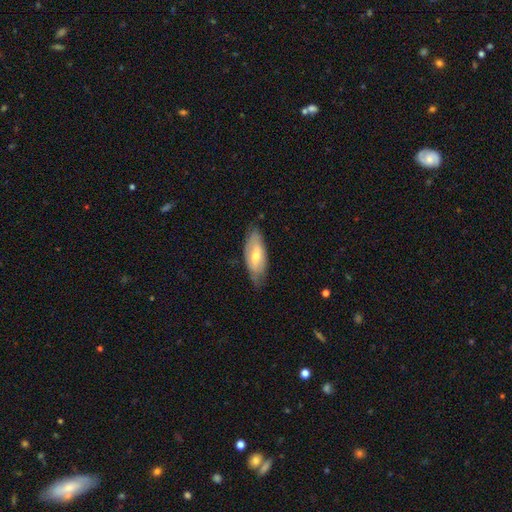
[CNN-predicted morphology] Smooth or featured: smooth — 50% (featured or disk — 44%)
Merging: none — 66% (minor disturbance — 26%)